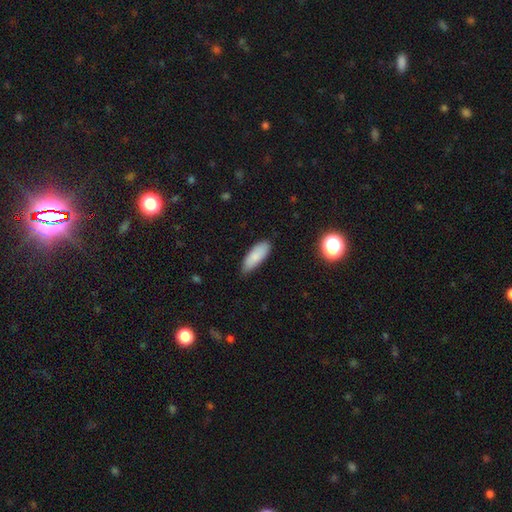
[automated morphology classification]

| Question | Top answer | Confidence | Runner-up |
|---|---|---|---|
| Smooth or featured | smooth | 85% | featured or disk (8%) |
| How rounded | in between | 73% | cigar-shaped (26%) |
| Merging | none | 73% | minor disturbance (22%) |